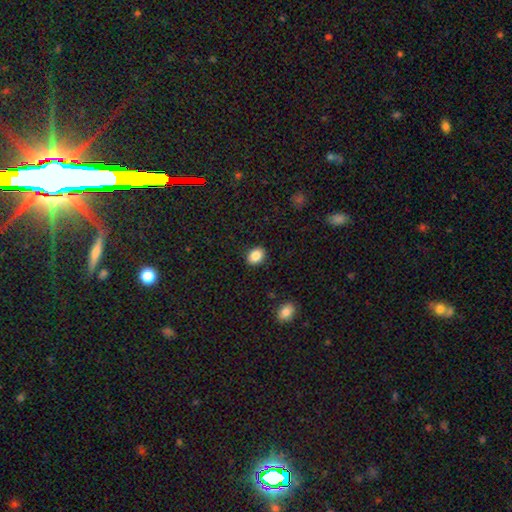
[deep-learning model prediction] Smooth or featured? Predicted: smooth (p=0.87). How rounded? Predicted: in between (p=0.64). Merging? Predicted: none (p=0.89).